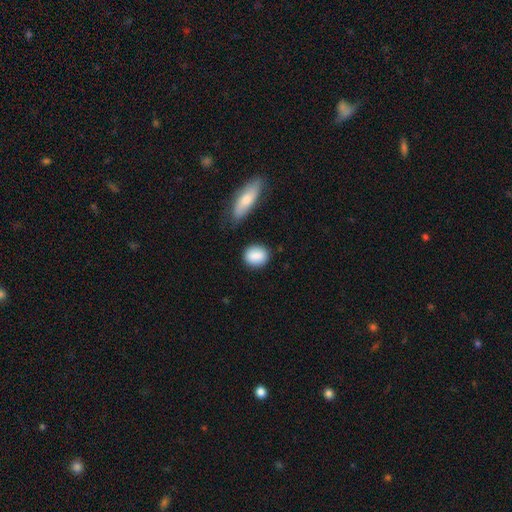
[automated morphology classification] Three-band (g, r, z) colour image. It shows a smooth galaxy with no disk features (89%) that is in between round and cigar-shaped (50%). Merging: none (80%).